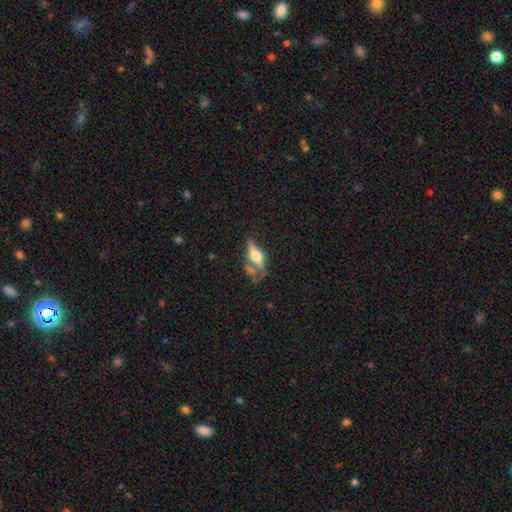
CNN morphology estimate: The model was most divided on "smooth or featured": featured or disk: 52%, smooth: 40%, star or artifact: 8%. Remaining: edge-on disk — yes (77%); merging — none (42%).